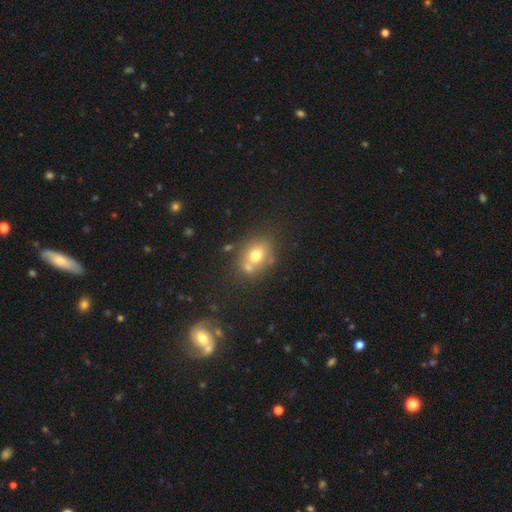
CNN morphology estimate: Q: Smooth or featured?
A: smooth (68%); runner-up: featured or disk (19%)
Q: How rounded?
A: in between (51%); runner-up: round (48%)
Q: Merging?
A: none (52%); runner-up: merger (31%)